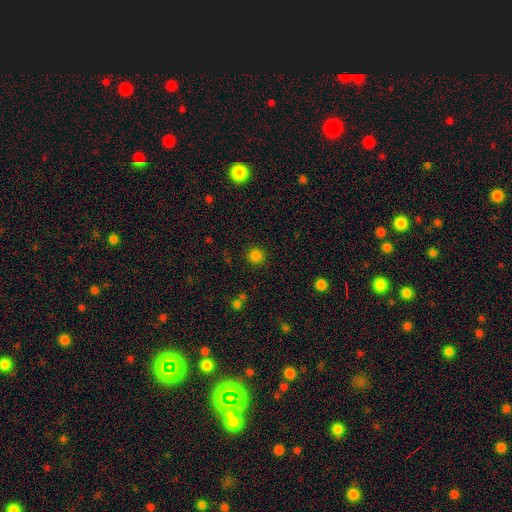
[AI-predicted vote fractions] smooth 83%, star or artifact 14%, featured or disk 3%. Down the decision tree: how rounded — round (94%); merging — none (90%).